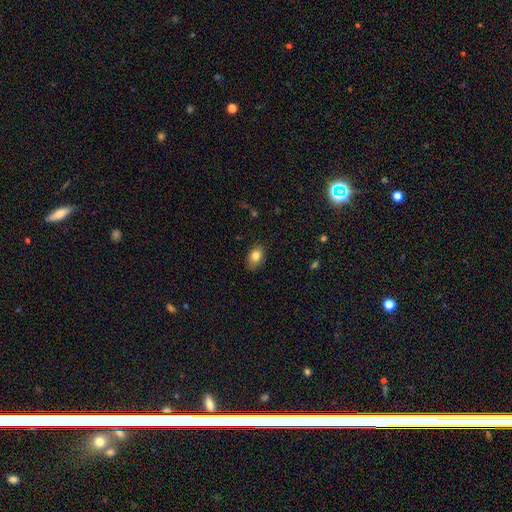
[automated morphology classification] smooth_or_featured: smooth (p=0.82) [alt: star or artifact p=0.09]
how_rounded: in between (p=0.79) [alt: round p=0.19]
merging: none (p=0.80) [alt: minor disturbance p=0.16]